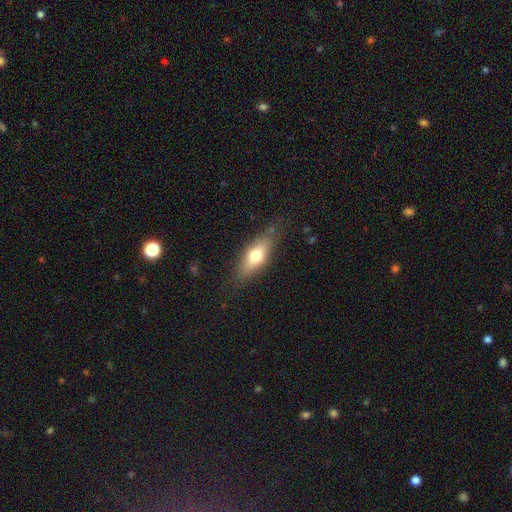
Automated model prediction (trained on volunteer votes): This is likely a smooth galaxy (66%). How rounded: likely in between (65%). Merging: likely none (78%).